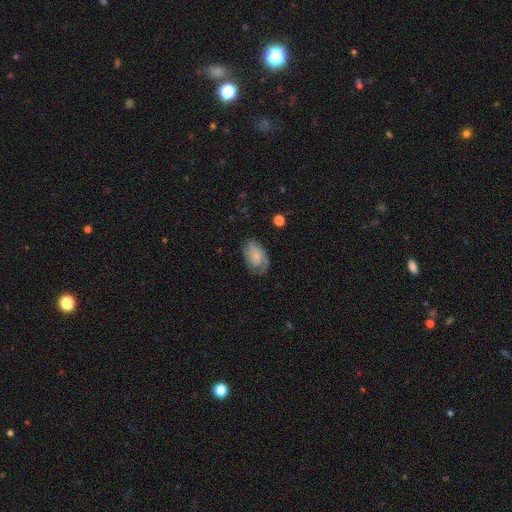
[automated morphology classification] This is possibly a featured or disk galaxy (47%). Merging: likely none (61%).